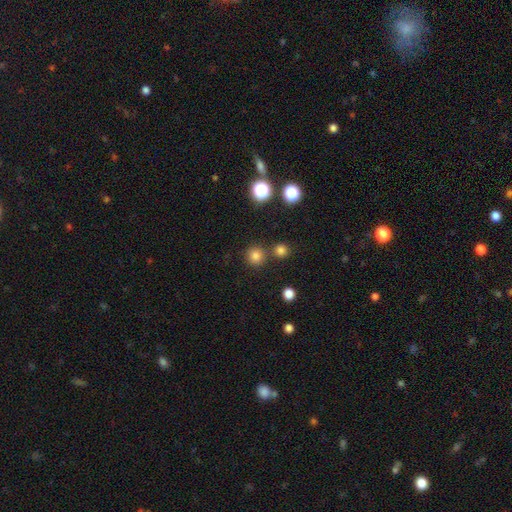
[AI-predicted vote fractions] Q: Smooth or featured?
A: smooth (79%); runner-up: star or artifact (16%)
Q: How rounded?
A: round (93%); runner-up: in between (6%)
Q: Merging?
A: none (80%); runner-up: merger (11%)